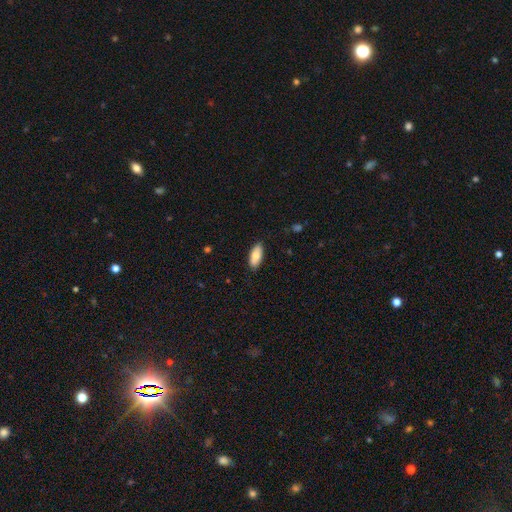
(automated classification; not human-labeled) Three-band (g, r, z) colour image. It shows a smooth galaxy with no disk features (78%) that is in between round and cigar-shaped (84%). Merging: none (86%).